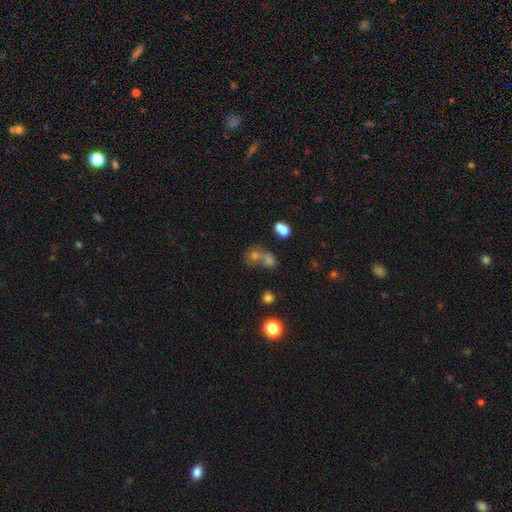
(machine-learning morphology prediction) Smooth or featured? Predicted: smooth (p=0.57). How rounded? Predicted: round (p=0.66). Merging? Predicted: merger (p=0.53).